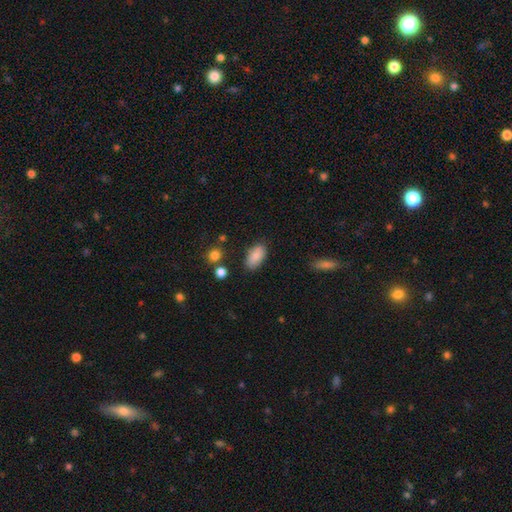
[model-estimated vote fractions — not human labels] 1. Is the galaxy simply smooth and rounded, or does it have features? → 85% smooth, 7% featured or disk, 7% star or artifact.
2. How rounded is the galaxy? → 93% in between, 4% round, 3% cigar-shaped.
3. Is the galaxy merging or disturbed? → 80% none, 14% minor disturbance, 3% major disturbance, 3% merger.